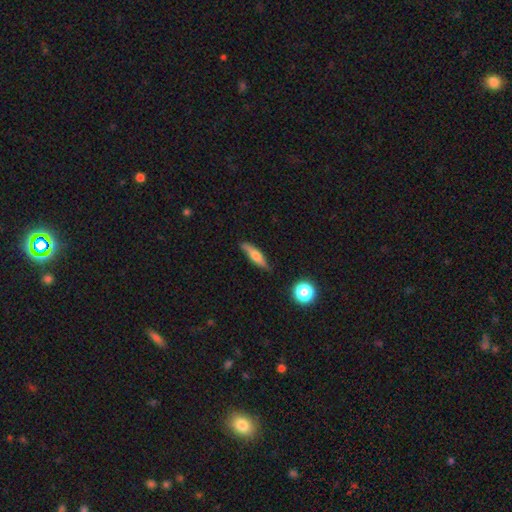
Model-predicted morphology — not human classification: smooth 57%, featured or disk 35%, star or artifact 8%. Down the decision tree: how rounded — cigar-shaped (69%); merging — none (77%).